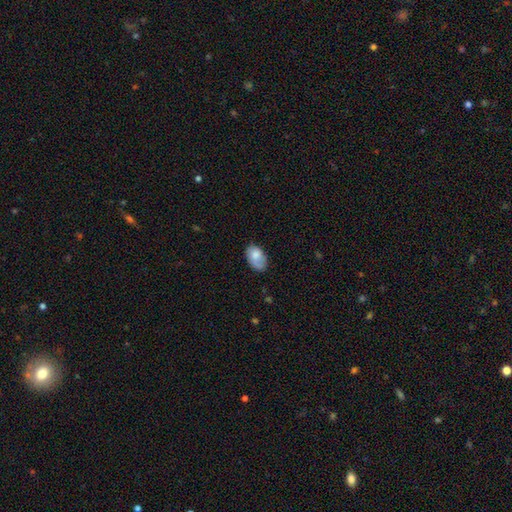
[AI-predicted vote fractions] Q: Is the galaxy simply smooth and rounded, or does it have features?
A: smooth — 75%.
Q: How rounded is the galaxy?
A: in between — 90%.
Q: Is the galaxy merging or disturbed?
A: none — 52%.